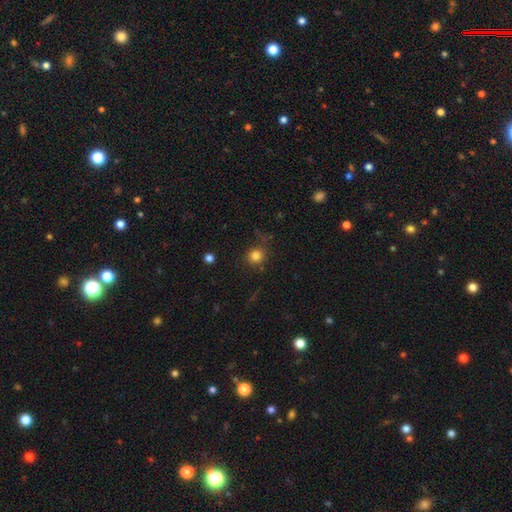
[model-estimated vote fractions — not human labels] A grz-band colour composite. It shows a smooth galaxy with no disk features (82%) that is round (90%). Merging: none (76%).